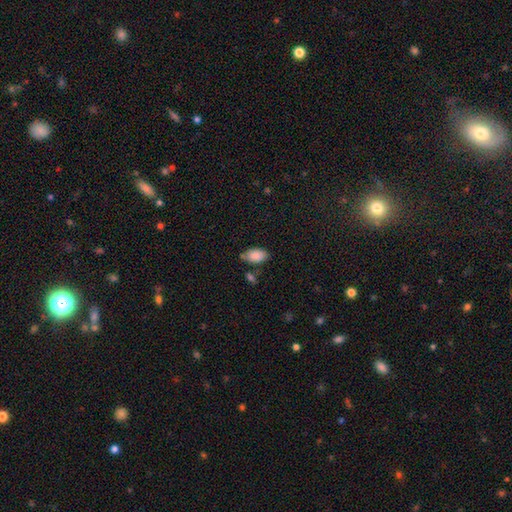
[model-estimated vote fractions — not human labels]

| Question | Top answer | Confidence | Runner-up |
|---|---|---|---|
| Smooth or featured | smooth | 87% | star or artifact (7%) |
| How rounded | in between | 94% | round (4%) |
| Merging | none | 71% | minor disturbance (17%) |